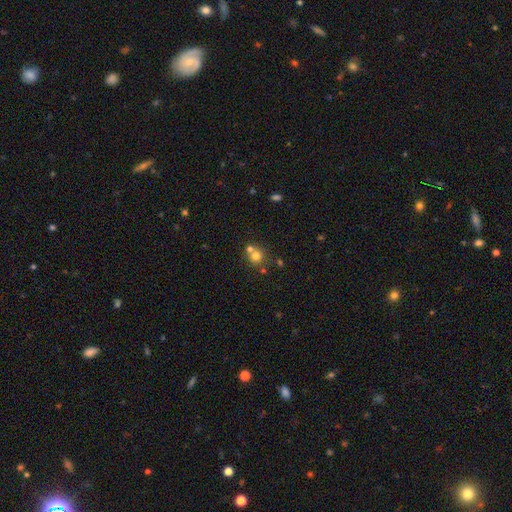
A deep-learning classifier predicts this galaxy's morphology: The model was most divided on "merging": none: 55%, merger: 35%, minor disturbance: 7%, major disturbance: 3%. More confident: how rounded — round (89%); smooth or featured — smooth (71%).